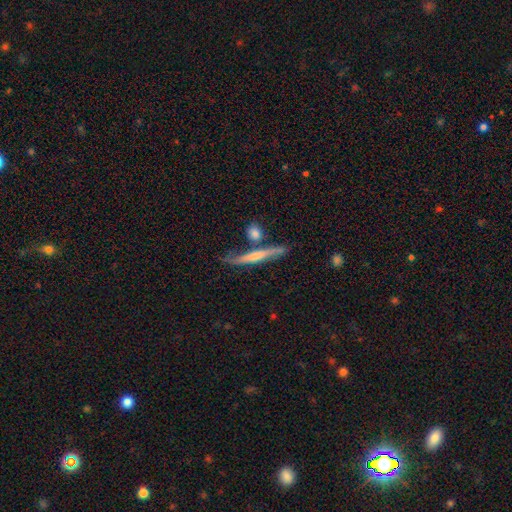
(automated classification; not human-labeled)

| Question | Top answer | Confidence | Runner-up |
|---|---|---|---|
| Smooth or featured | featured or disk | 64% | smooth (26%) |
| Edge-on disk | yes | 95% | no (5%) |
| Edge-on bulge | rounded | 65% | none (26%) |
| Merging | none | 74% | minor disturbance (11%) |